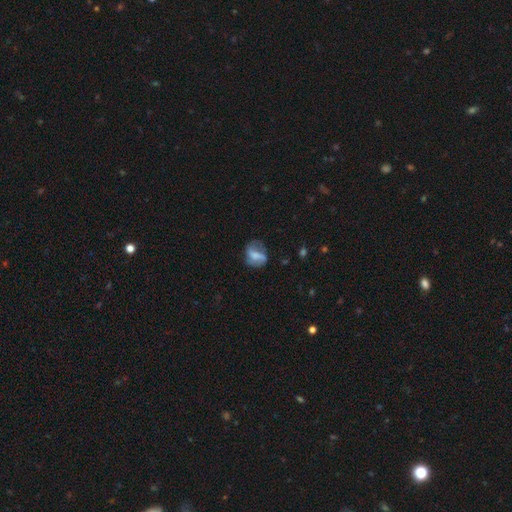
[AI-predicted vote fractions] Smooth or featured? Predicted: featured or disk (p=0.49). Merging? Predicted: none (p=0.53).